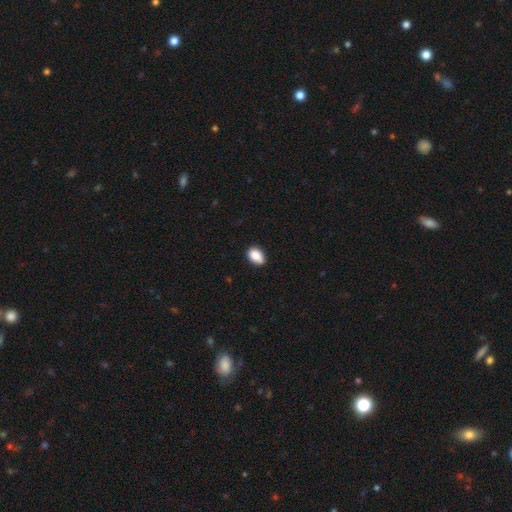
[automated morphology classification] smooth_or_featured: smooth (p=0.89) [alt: star or artifact p=0.08]
how_rounded: in between (p=0.88) [alt: round p=0.10]
merging: none (p=0.79) [alt: minor disturbance p=0.17]